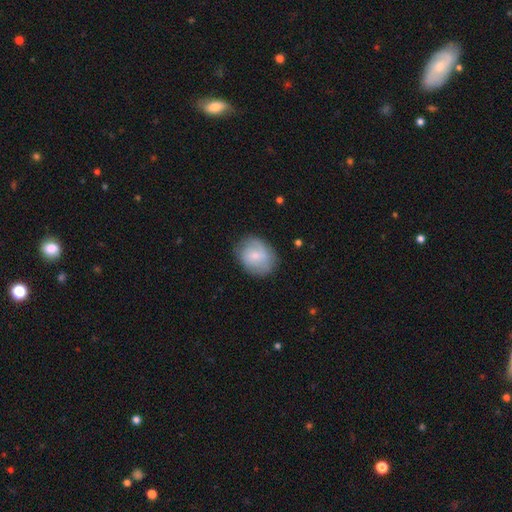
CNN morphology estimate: This is likely a smooth galaxy (67%). How rounded: possibly round (51%). Merging: likely none (75%).